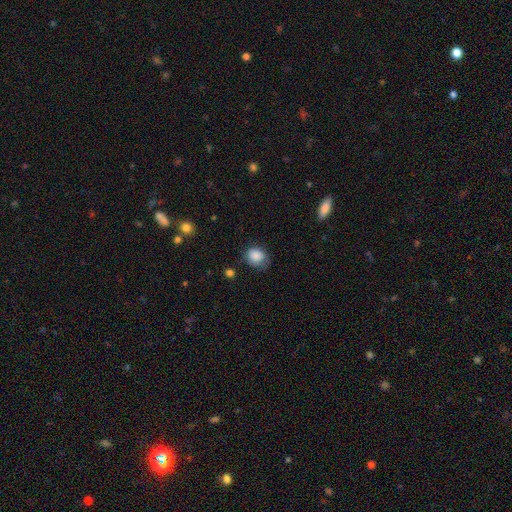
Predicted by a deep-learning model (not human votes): Morphology: type=smooth (85%); roundness=round (64%); merging=none (58%).